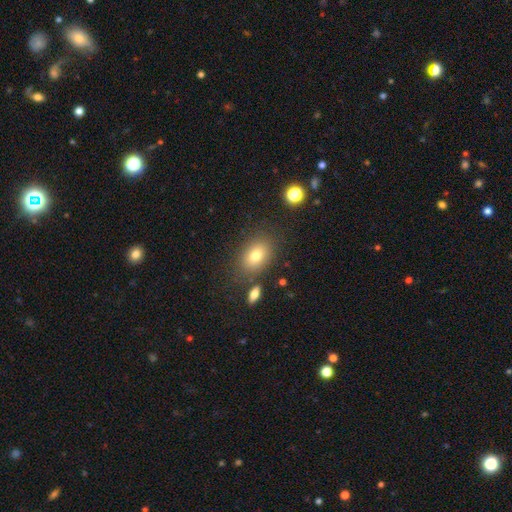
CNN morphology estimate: The model was most divided on "how rounded": in between: 76%, round: 23%, cigar-shaped: 1%. More confident: merging — none (79%); smooth or featured — smooth (77%).